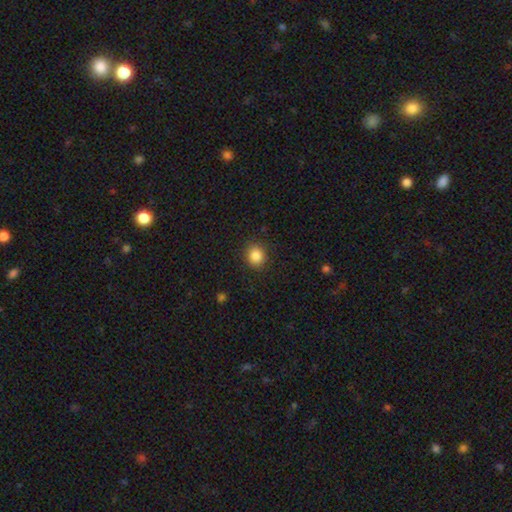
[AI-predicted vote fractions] Overall: smooth (86%). How rounded: round (78%). Merging: none (89%).